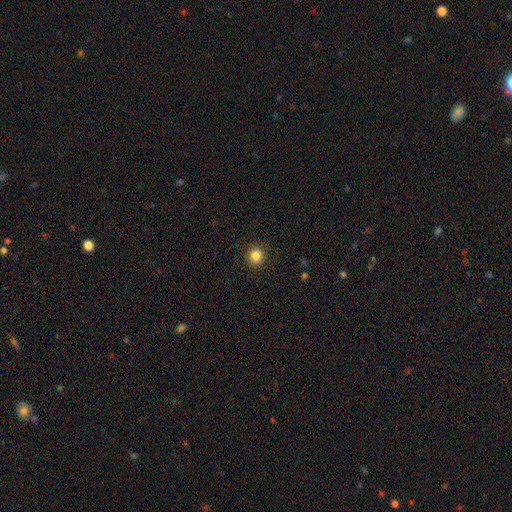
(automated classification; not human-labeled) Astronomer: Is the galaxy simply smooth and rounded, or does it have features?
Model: smooth — 85%.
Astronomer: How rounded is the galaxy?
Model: round — 92%.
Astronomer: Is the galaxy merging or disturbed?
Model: none — 92%.